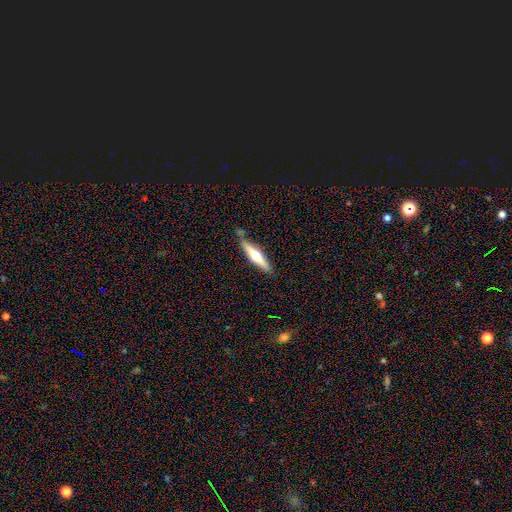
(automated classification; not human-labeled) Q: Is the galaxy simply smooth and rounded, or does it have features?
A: featured or disk — 55%.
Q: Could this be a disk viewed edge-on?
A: yes — 94%.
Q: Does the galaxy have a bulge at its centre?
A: rounded — 91%.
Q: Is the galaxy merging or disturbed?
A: none — 73%.